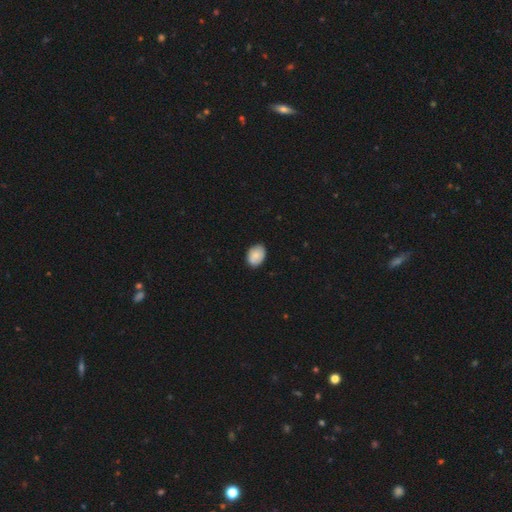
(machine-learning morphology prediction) Smooth or featured: smooth — 81% (featured or disk — 12%)
How rounded: in between — 78% (round — 21%)
Merging: none — 80% (minor disturbance — 16%)